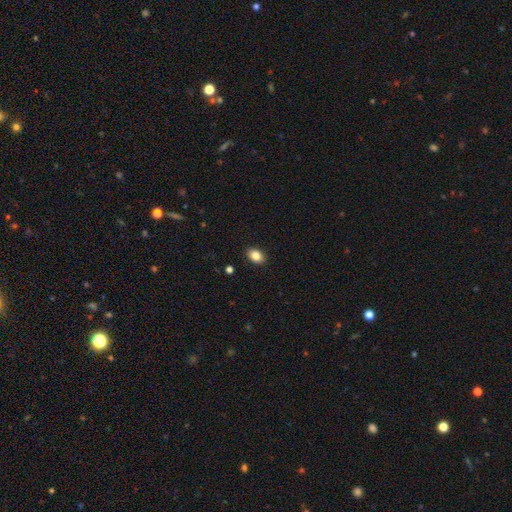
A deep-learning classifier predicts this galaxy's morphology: smooth_or_featured: smooth (p=0.86) [alt: star or artifact p=0.09]
how_rounded: in between (p=0.80) [alt: round p=0.19]
merging: none (p=0.90) [alt: minor disturbance p=0.07]